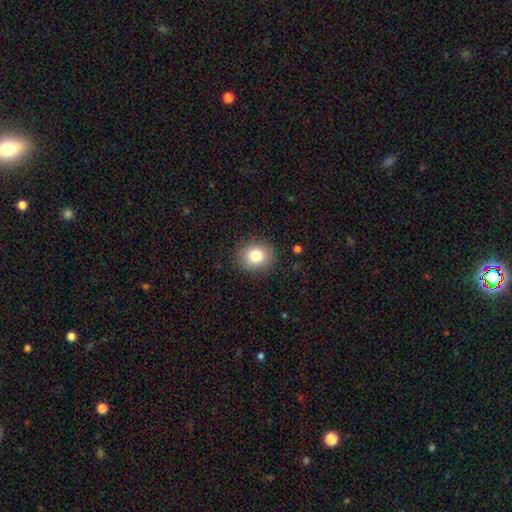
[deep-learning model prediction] Smooth or featured? smooth (82%)
How rounded? round (69%)
Merging? none (88%)